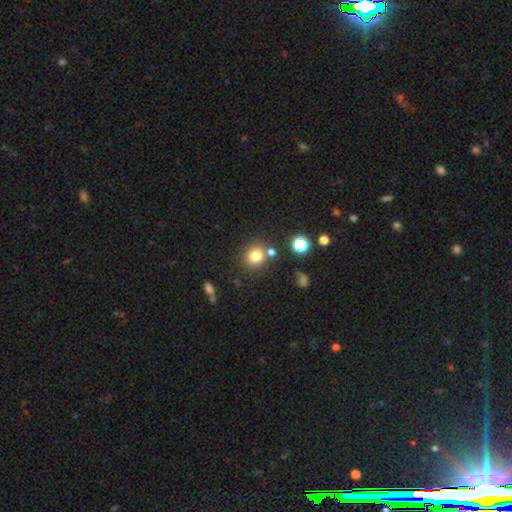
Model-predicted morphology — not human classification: smooth 77%, star or artifact 15%, featured or disk 8%. Down the decision tree: how rounded — round (82%); merging — none (75%).